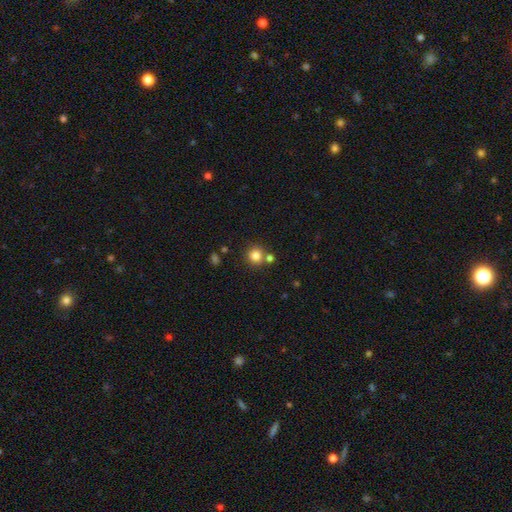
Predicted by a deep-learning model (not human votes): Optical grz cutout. It shows a smooth galaxy with no disk features (82%) that is round (92%). Merging: none (72%).